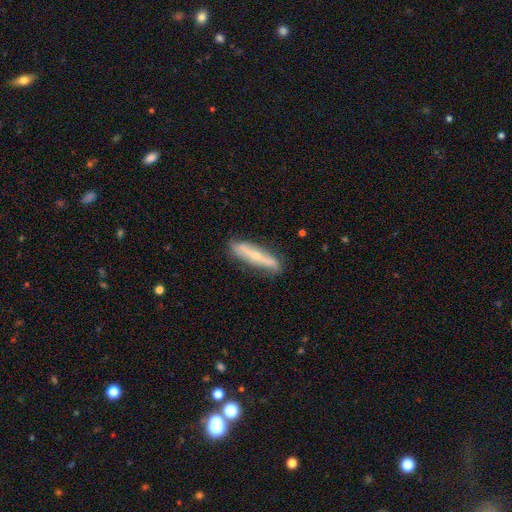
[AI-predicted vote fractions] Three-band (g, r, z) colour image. It shows a featured or disk galaxy (56%) viewed edge-on (73%). Merging: none (84%).